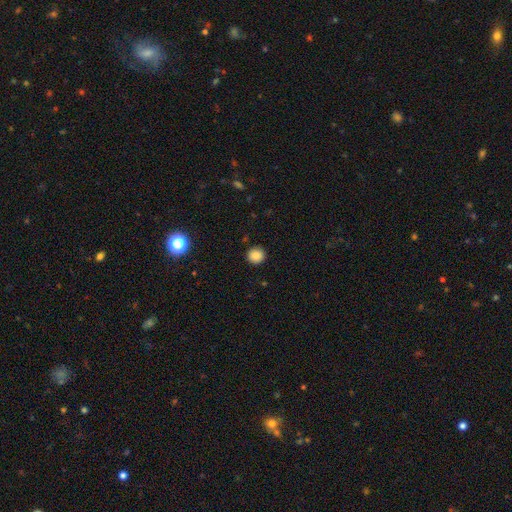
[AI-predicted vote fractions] Overall: smooth (86%). How rounded: round (91%). Merging: none (91%).